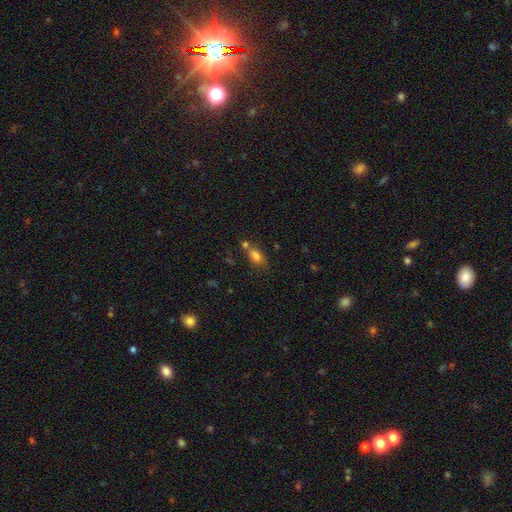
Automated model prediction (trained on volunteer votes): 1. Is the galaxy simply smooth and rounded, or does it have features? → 78% smooth, 12% star or artifact, 10% featured or disk.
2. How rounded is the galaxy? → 82% in between, 9% round, 9% cigar-shaped.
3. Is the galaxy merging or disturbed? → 48% none, 30% merger, 16% minor disturbance, 6% major disturbance.